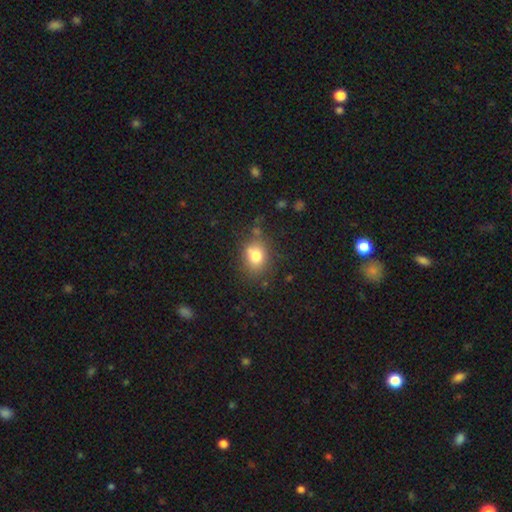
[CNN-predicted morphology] A smooth galaxy with no disk features (78%) that is in between round and cigar-shaped (53%).

Vote fractions:
- Smooth or featured? smooth: 78% / star or artifact: 12% / featured or disk: 10%
- How rounded? in between: 53% / round: 46% / cigar-shaped: 1%
- Merging? none: 73% / minor disturbance: 17% / major disturbance: 6% / merger: 5%